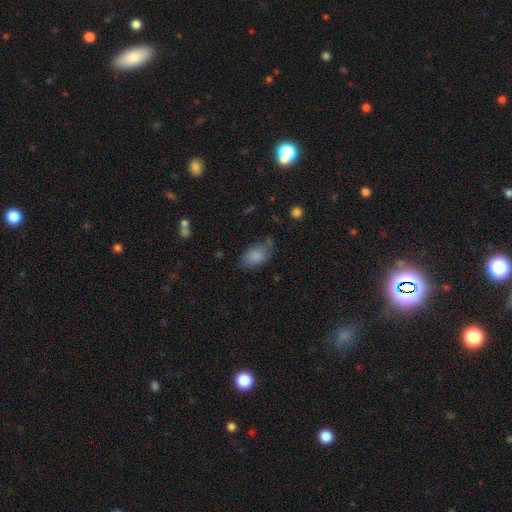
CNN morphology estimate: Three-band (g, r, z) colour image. It shows a smooth galaxy with no disk features (83%) that is in between round and cigar-shaped (90%). Merging: none (60%).